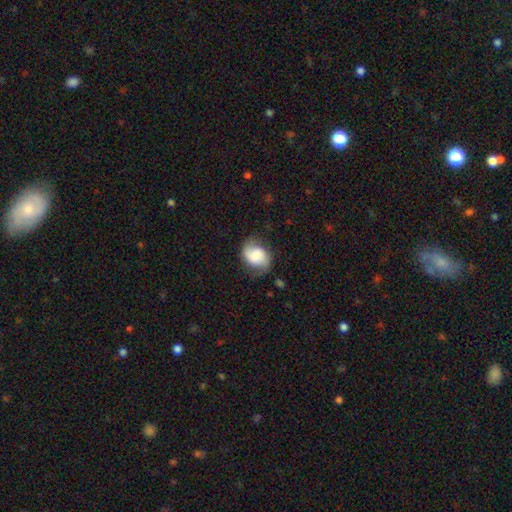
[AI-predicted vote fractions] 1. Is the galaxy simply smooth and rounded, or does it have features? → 49% smooth, 42% featured or disk, 9% star or artifact.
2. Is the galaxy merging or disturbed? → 65% none, 25% minor disturbance, 9% major disturbance, 2% merger.